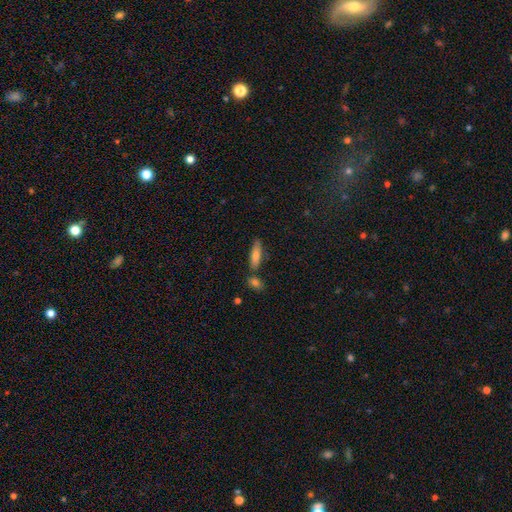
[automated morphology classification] Overall: smooth (74%). How rounded: cigar-shaped (56%; in between 42%). Merging: none (69%).